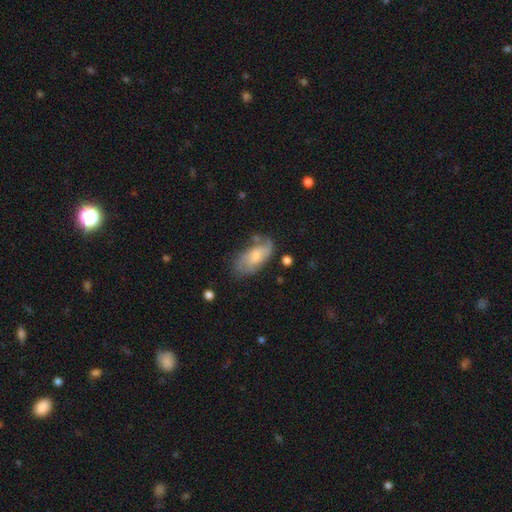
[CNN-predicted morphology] A featured or disk galaxy (51%). Merging: none (54%).